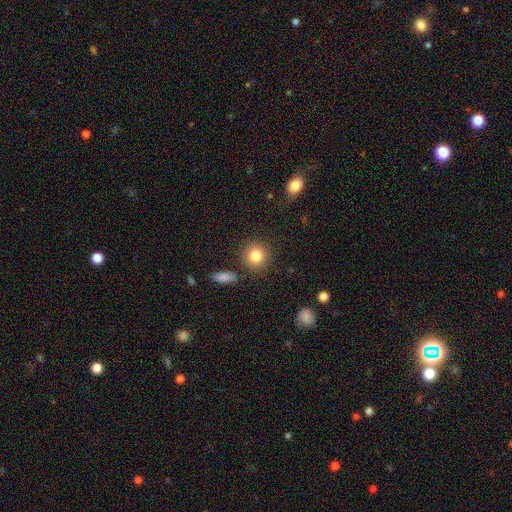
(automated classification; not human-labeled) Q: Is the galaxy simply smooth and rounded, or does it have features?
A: smooth — 83%.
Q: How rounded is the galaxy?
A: round — 88%.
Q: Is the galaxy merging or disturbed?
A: none — 86%.